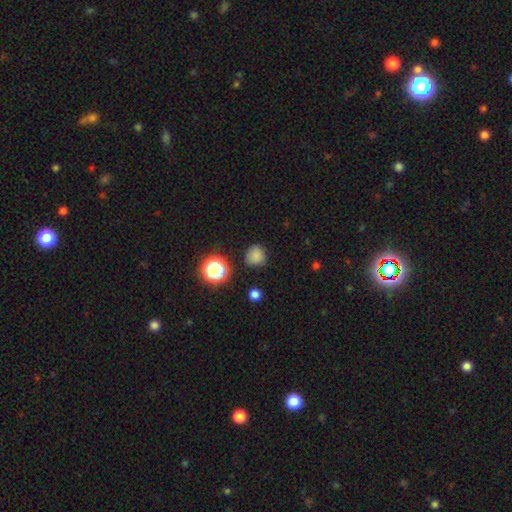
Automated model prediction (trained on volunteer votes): This is likely a smooth galaxy (79%). How rounded: clearly round (88%). Merging: clearly none (82%).